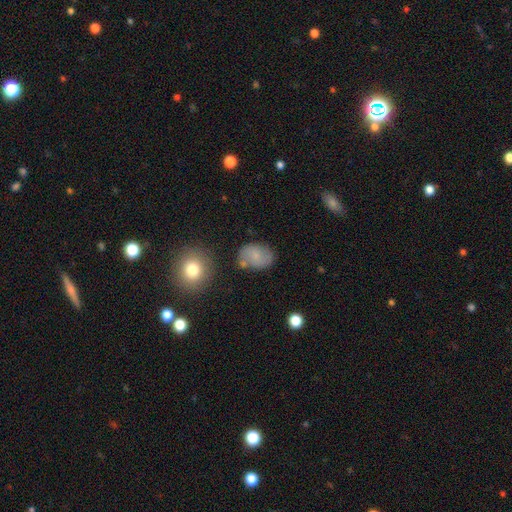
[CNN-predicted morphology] Smooth or featured? Predicted: smooth (p=0.69). How rounded? Predicted: in between (p=0.70). Merging? Predicted: none (p=0.72).